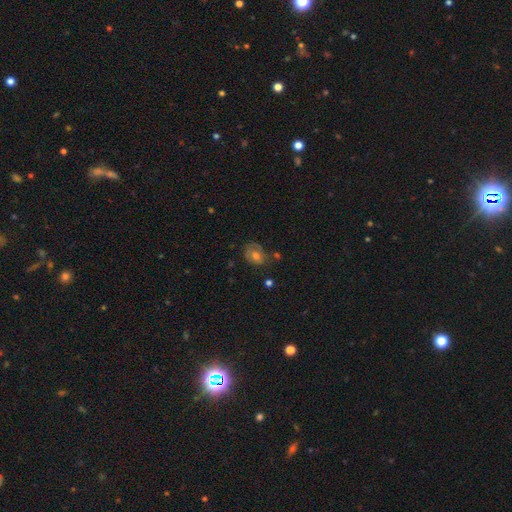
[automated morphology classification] Q: Smooth or featured?
A: smooth (53%); runner-up: featured or disk (32%)
Q: How rounded?
A: in between (55%); runner-up: round (44%)
Q: Merging?
A: none (61%); runner-up: minor disturbance (24%)